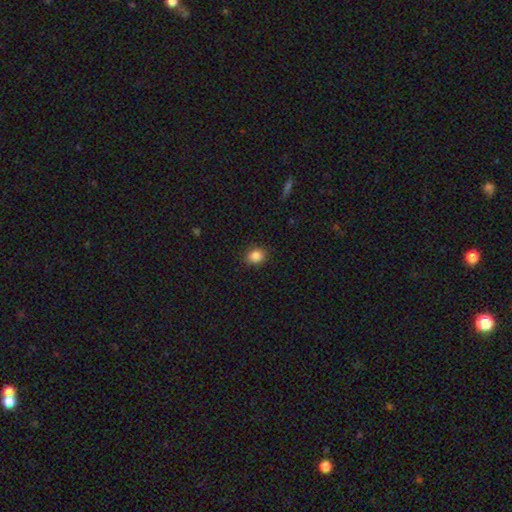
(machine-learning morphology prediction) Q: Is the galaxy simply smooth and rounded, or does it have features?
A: smooth — 86%.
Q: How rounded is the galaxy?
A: round — 56%.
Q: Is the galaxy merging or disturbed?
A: none — 89%.